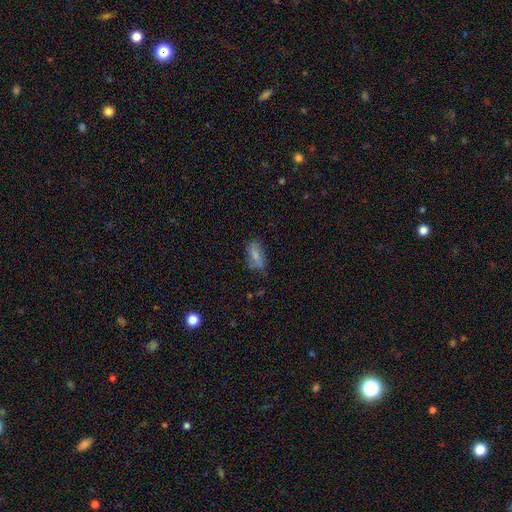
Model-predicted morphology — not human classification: Smooth or featured? Predicted: smooth (p=0.72). How rounded? Predicted: in between (p=0.79). Merging? Predicted: none (p=0.56).